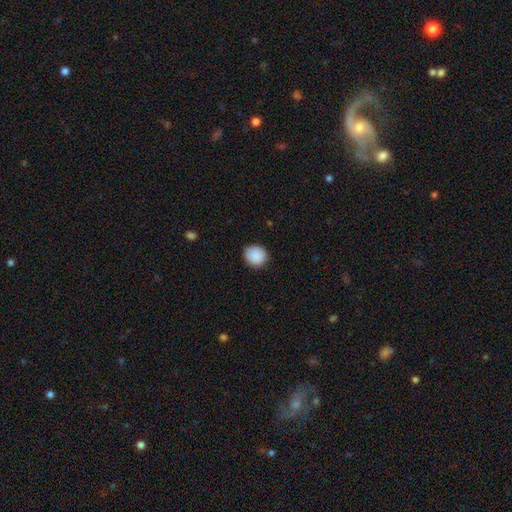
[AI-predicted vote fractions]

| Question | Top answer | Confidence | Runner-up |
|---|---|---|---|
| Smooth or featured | smooth | 90% | star or artifact (7%) |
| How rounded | round | 78% | in between (21%) |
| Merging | none | 85% | minor disturbance (12%) |